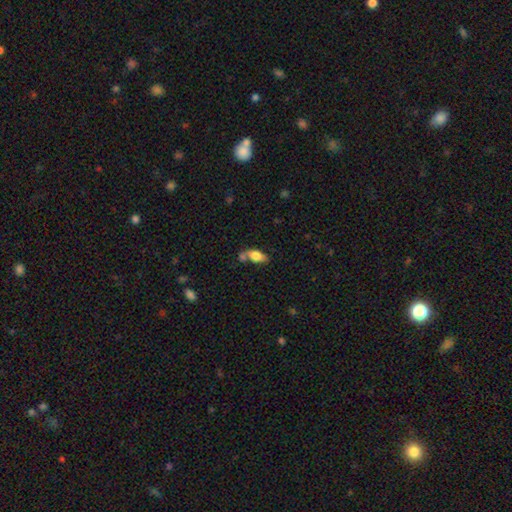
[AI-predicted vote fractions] Q: Smooth or featured?
A: smooth (74%); runner-up: featured or disk (19%)
Q: How rounded?
A: in between (86%); runner-up: cigar-shaped (10%)
Q: Merging?
A: none (49%); runner-up: merger (26%)